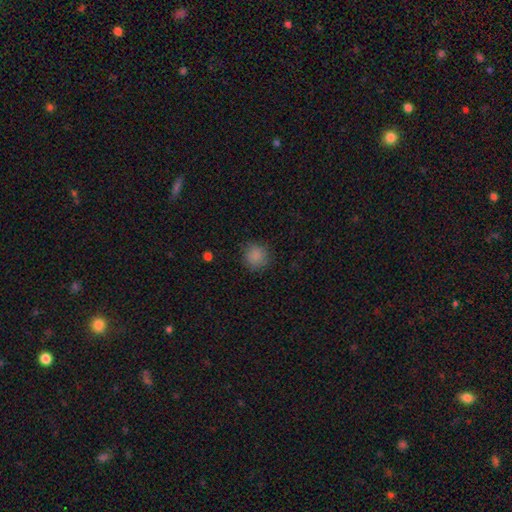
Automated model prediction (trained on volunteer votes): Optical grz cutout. It shows a smooth galaxy with no disk features (85%) that is round (91%). Merging: none (85%).